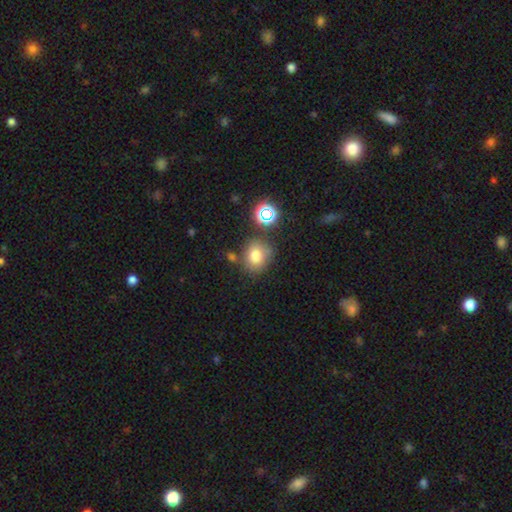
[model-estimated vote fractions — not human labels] The model was most divided on "how rounded": round: 70%, in between: 29%, cigar-shaped: 1%. More confident: smooth or featured — smooth (74%); merging — none (70%).